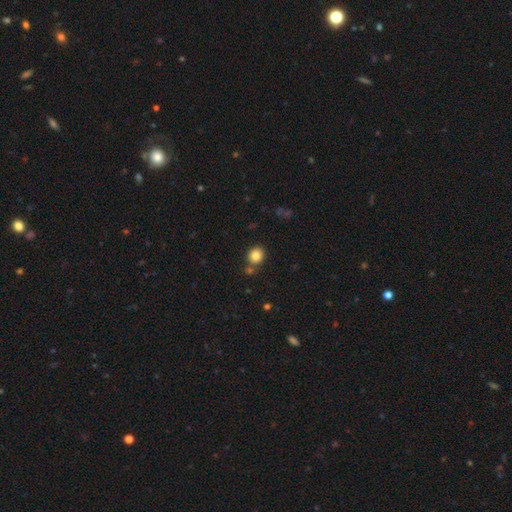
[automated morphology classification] Q: Smooth or featured?
A: smooth (83%); runner-up: star or artifact (10%)
Q: How rounded?
A: round (72%); runner-up: in between (27%)
Q: Merging?
A: none (76%); runner-up: merger (12%)